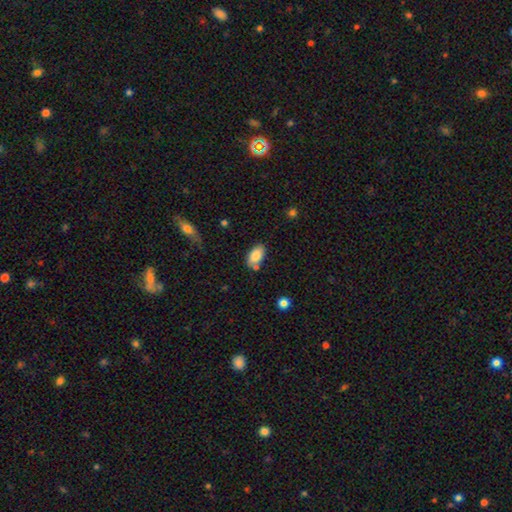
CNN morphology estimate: Smooth or featured?
  - smooth: 85% *
  - featured or disk: 7%
  - star or artifact: 7%
How rounded?
  - in between: 93% *
  - round: 4%
  - cigar-shaped: 2%
Merging?
  - none: 70% *
  - minor disturbance: 17%
  - merger: 10%
  - major disturbance: 4%